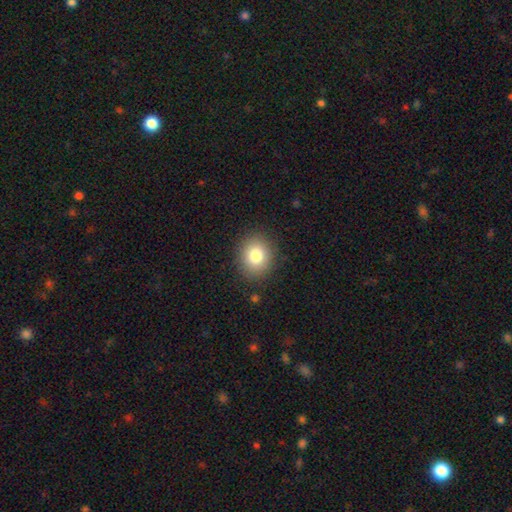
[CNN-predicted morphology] smooth 80%, star or artifact 10%, featured or disk 10%. Down the decision tree: how rounded — round (69%); merging — none (88%).